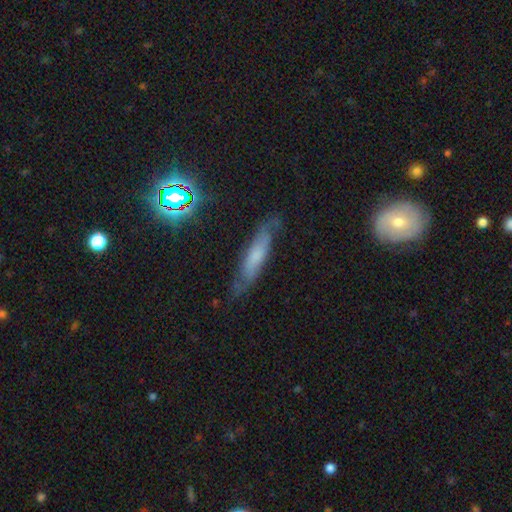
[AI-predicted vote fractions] This appears to be a featured or disk galaxy (46%). Merging: none (70%).